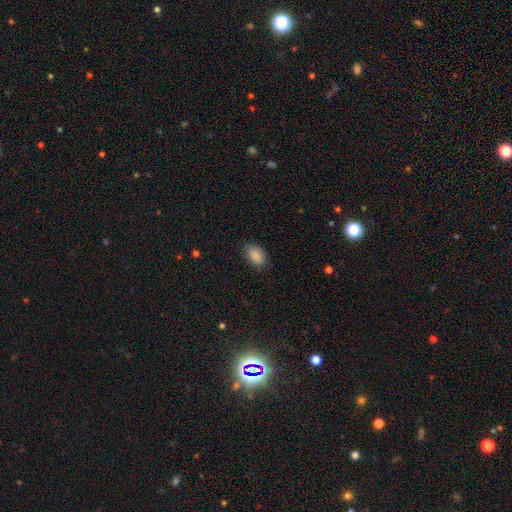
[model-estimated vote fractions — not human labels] This is clearly a smooth galaxy (89%). How rounded: clearly in between (87%). Merging: clearly none (80%).